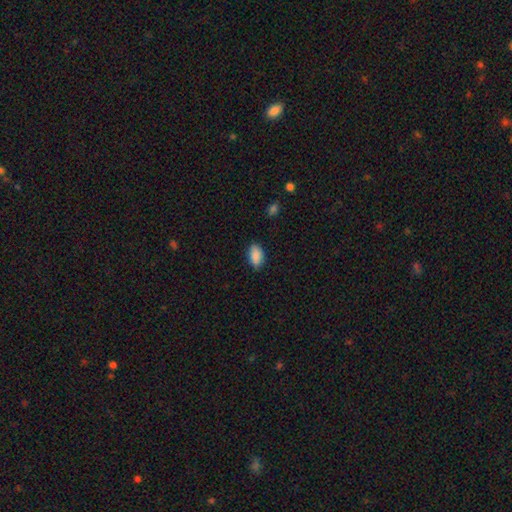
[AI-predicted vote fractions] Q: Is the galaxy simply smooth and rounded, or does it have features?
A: smooth — 89%.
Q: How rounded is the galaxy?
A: in between — 92%.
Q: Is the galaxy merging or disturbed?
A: none — 81%.